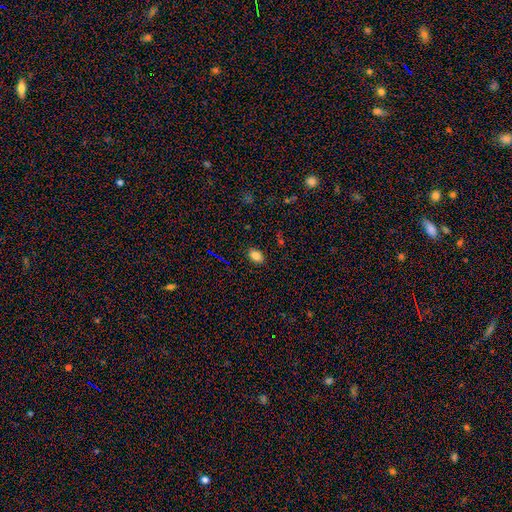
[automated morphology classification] The model was most divided on "how rounded": in between: 84%, round: 15%, cigar-shaped: 1%. More confident: merging — none (87%); smooth or featured — smooth (82%).